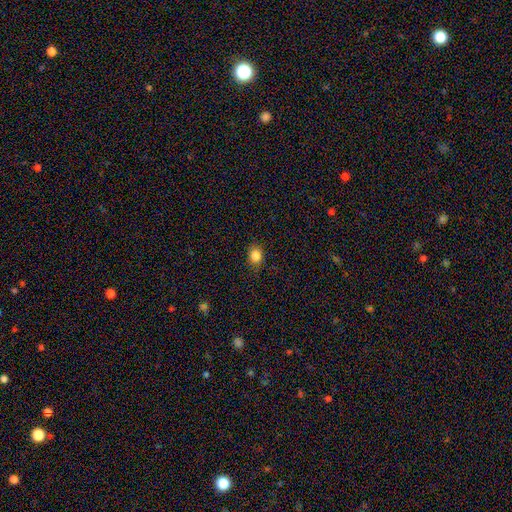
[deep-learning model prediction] This appears to be a smooth galaxy with no disk features (85%) that is round (55%). Merging: none (86%).